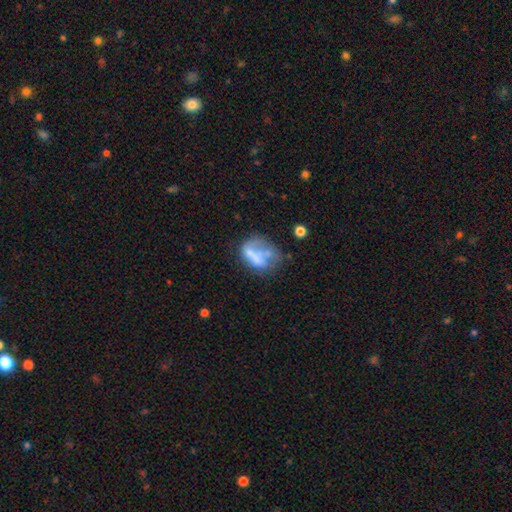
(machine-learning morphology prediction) Q: Smooth or featured?
A: smooth (46%); runner-up: featured or disk (44%)
Q: Merging?
A: none (32%); runner-up: major disturbance (29%)